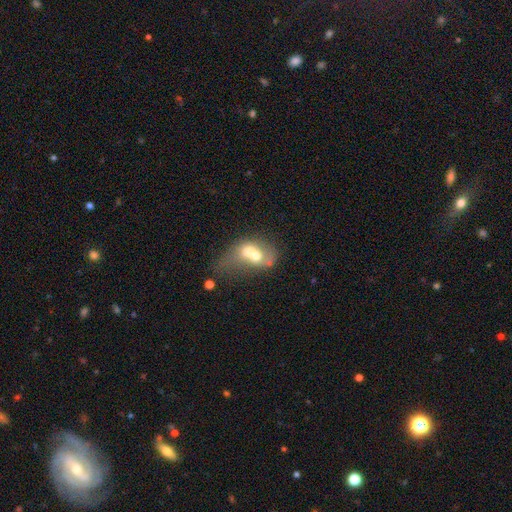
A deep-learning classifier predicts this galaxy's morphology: Smooth or featured?
  - smooth: 54% *
  - featured or disk: 37%
  - star or artifact: 9%
How rounded?
  - in between: 55% *
  - round: 43%
  - cigar-shaped: 2%
Merging?
  - merger: 74% *
  - none: 12%
  - major disturbance: 8%
  - minor disturbance: 6%